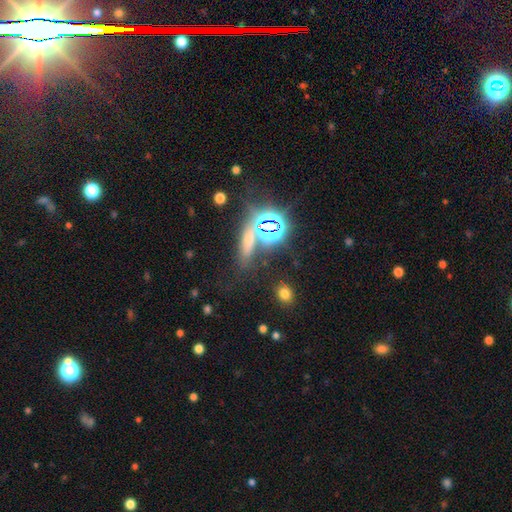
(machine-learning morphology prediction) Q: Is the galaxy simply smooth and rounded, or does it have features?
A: star or artifact — 61%.